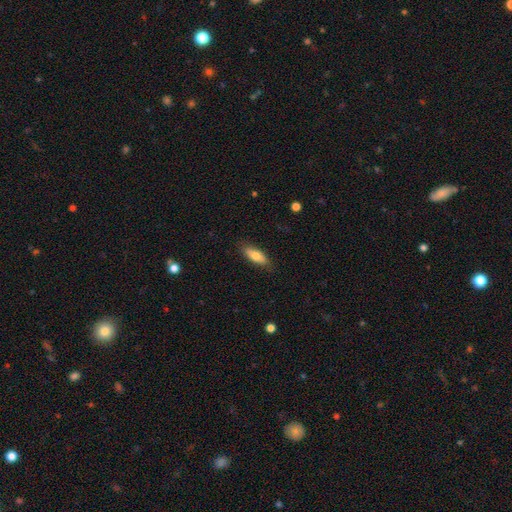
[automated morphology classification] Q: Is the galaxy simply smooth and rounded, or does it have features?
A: smooth — 72%.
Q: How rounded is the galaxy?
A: in between — 65%.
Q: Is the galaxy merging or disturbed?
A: none — 85%.